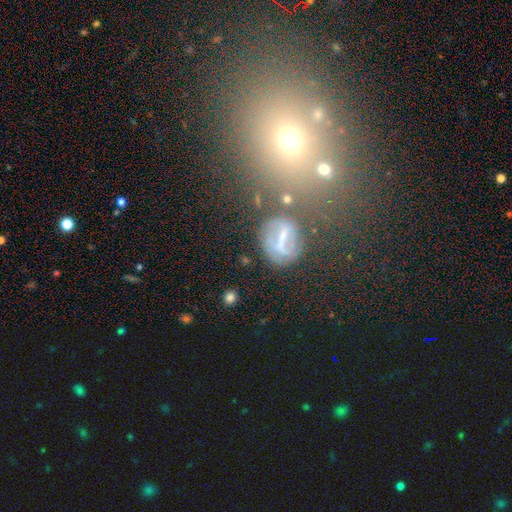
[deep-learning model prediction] The model was most divided on "smooth or featured": star or artifact: 45%, smooth: 30%, featured or disk: 25%.